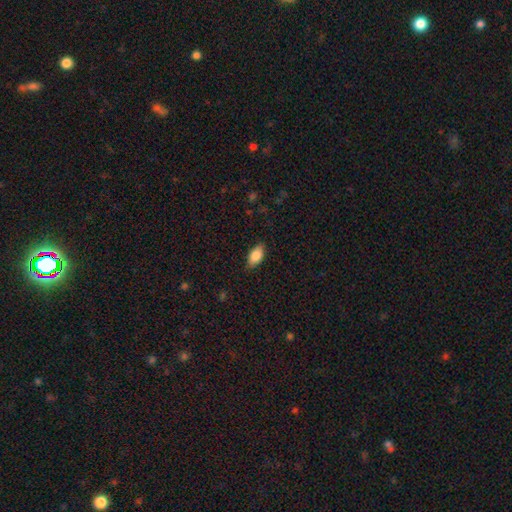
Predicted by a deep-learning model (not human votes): The model was most divided on "merging": none: 86%, minor disturbance: 11%, major disturbance: 2%, merger: 1%. More confident: how rounded — in between (91%); smooth or featured — smooth (84%).